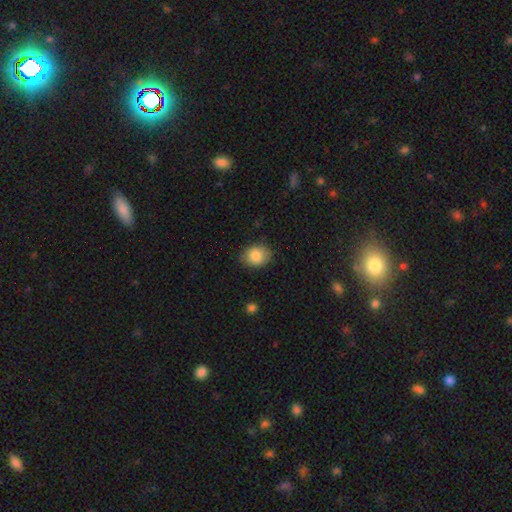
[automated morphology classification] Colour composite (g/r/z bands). It shows a smooth galaxy with no disk features (85%) that is round (52%). Merging: none (81%).